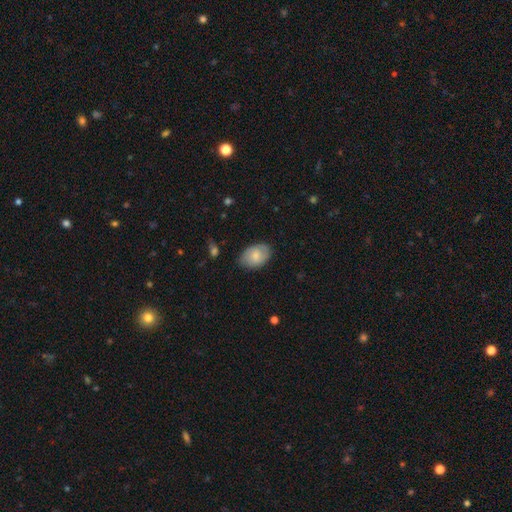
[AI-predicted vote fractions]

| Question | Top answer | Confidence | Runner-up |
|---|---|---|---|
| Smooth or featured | smooth | 66% | featured or disk (27%) |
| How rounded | in between | 85% | round (14%) |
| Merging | none | 77% | minor disturbance (18%) |